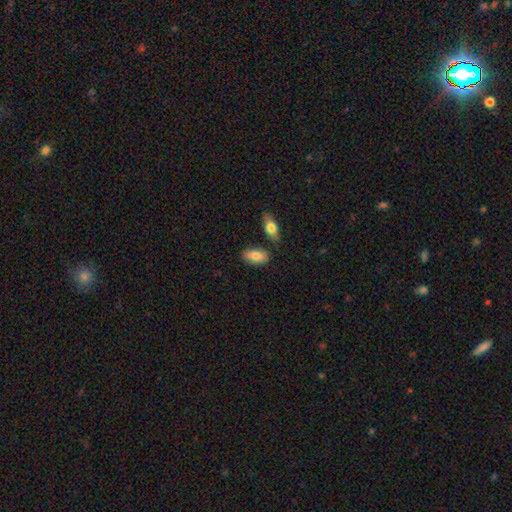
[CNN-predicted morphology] Overall: smooth (81%). How rounded: in between (89%). Merging: none (77%).